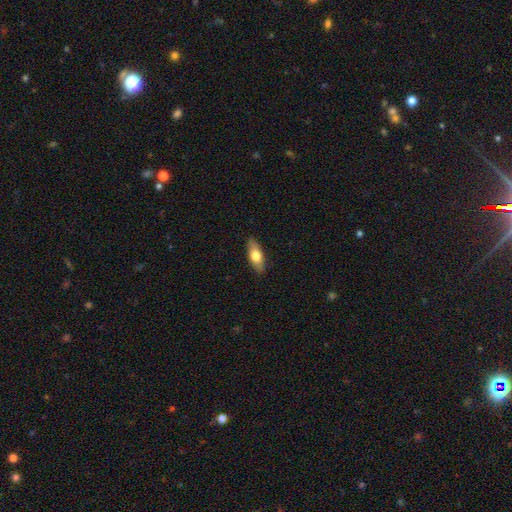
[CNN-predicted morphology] This appears to be a smooth galaxy with no disk features (68%) that is in between round and cigar-shaped (75%). Merging: none (87%).